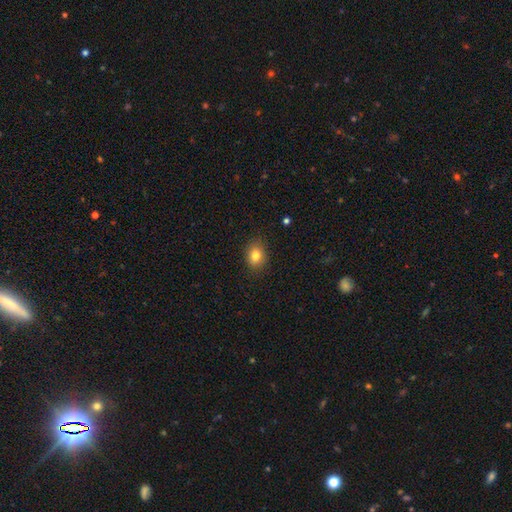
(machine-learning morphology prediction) type=smooth (82%); roundness=in between (59%); merging=none (87%).